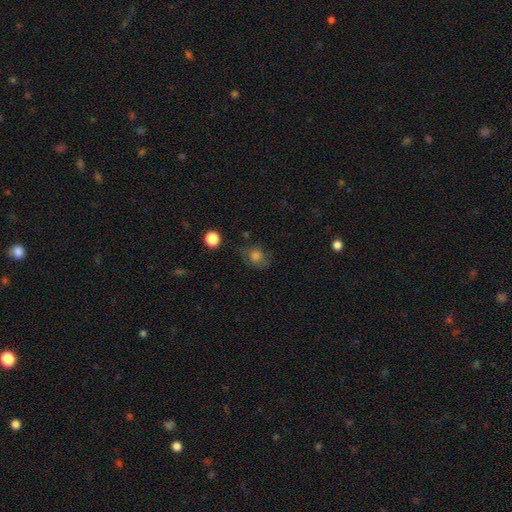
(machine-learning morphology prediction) type=smooth (66%); roundness=round (61%); merging=none (63%).